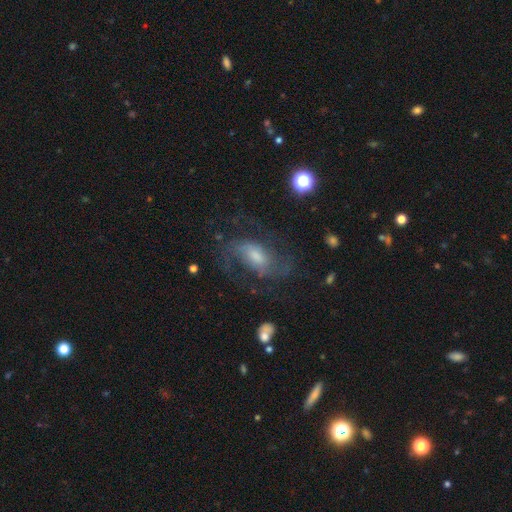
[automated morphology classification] smooth-or-featured: featured or disk: 79% | smooth: 12% | star or artifact: 9%
  disk-edge-on: no: 96% | yes: 4%
    bar: weak: 48% | no: 38% | strong: 14%
    has-spiral-arms: yes: 93% | no: 7%
      spiral-winding: medium: 52% | loose: 24% | tight: 24%
      spiral-arm-count: 2: 58% | can't tell: 18% | 3: 11% | 1: 5% | 4: 4% | more than 4: 4%
    bulge-size: moderate: 46% | small: 35% | large: 11% | none: 7% | dominant: 2%
  merging: none: 65% | major disturbance: 16% | minor disturbance: 16% | merger: 2%